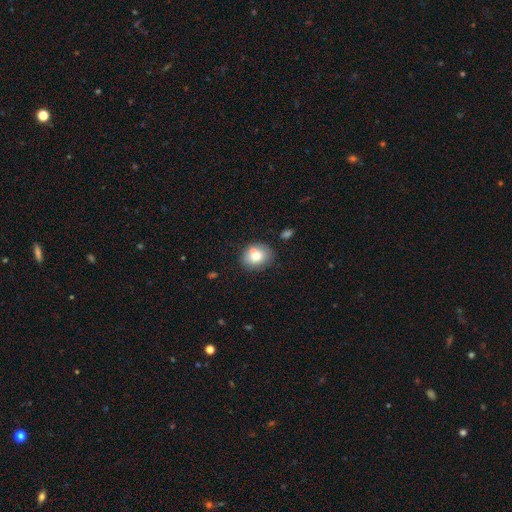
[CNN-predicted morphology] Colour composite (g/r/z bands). It shows a smooth galaxy with no disk features (75%) that is round (60%). Merging: none (66%).